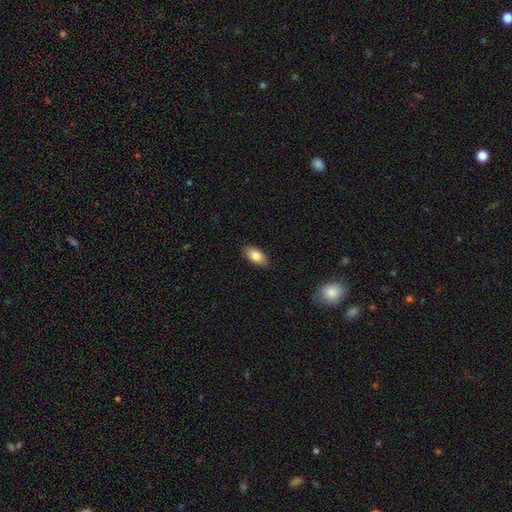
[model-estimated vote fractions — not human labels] Overall: smooth (83%). How rounded: in between (92%). Merging: none (88%).